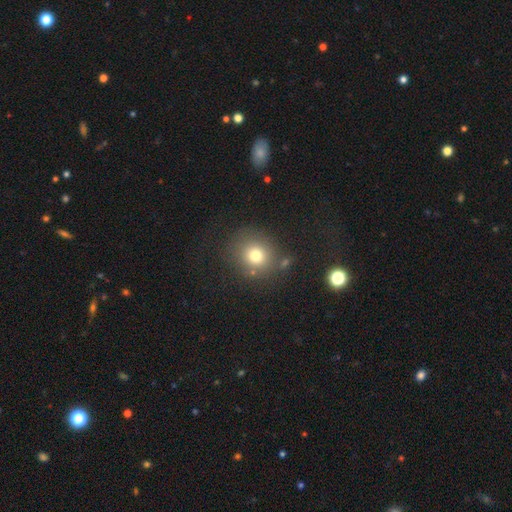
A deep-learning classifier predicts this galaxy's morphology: smooth_or_featured: smooth (p=0.75) [alt: star or artifact p=0.15]
how_rounded: round (p=0.85) [alt: in between p=0.14]
merging: none (p=0.77) [alt: minor disturbance p=0.11]